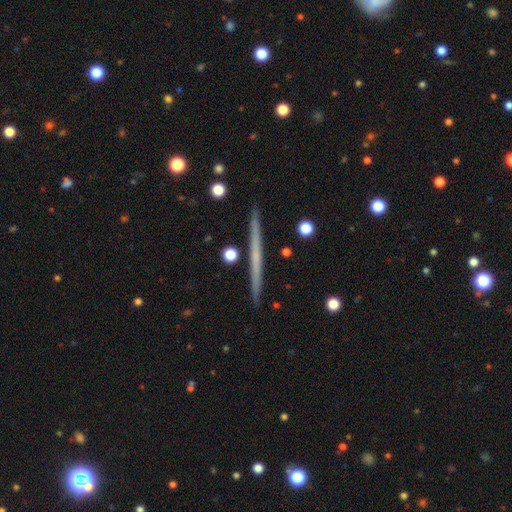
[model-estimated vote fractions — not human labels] smooth_or_featured: featured or disk (p=0.61) [alt: smooth p=0.33]
disk_edge_on: yes (p=0.98) [alt: no p=0.02]
edge_on_bulge: none (p=0.86) [alt: rounded p=0.11]
merging: none (p=0.92) [alt: minor disturbance p=0.05]